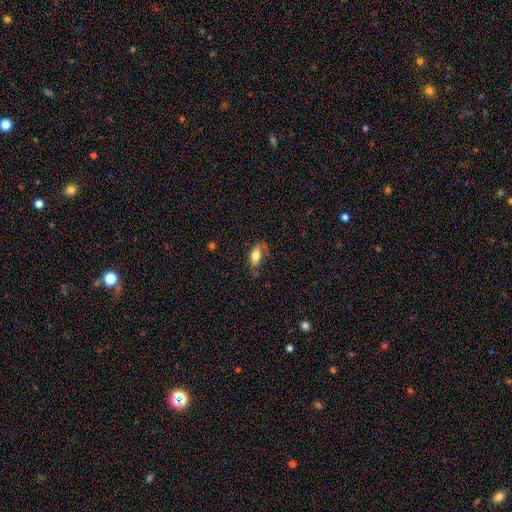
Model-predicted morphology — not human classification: A smooth galaxy with no disk features (74%) that is in between round and cigar-shaped (83%).

Vote fractions:
- Smooth or featured? smooth: 74% / featured or disk: 19% / star or artifact: 7%
- How rounded? in between: 83% / cigar-shaped: 13% / round: 4%
- Merging? none: 53% / minor disturbance: 30% / major disturbance: 14% / merger: 2%